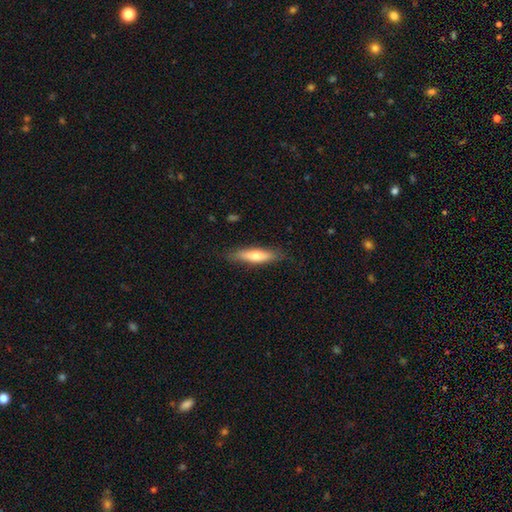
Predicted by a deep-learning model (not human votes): smooth-or-featured: smooth: 65% | featured or disk: 29% | star or artifact: 6%
  how-rounded: cigar-shaped: 75% | in between: 23% | round: 2%
  merging: none: 84% | minor disturbance: 12% | major disturbance: 3% | merger: 1%